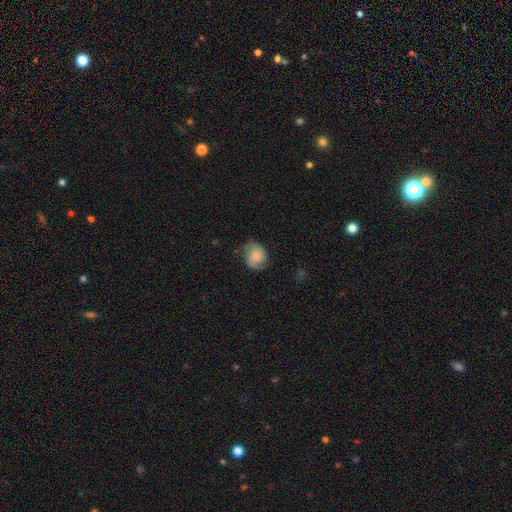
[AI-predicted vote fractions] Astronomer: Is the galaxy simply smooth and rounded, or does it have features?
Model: smooth — 48% (runner-up: featured or disk, 44%).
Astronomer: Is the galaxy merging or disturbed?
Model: none — 62%.